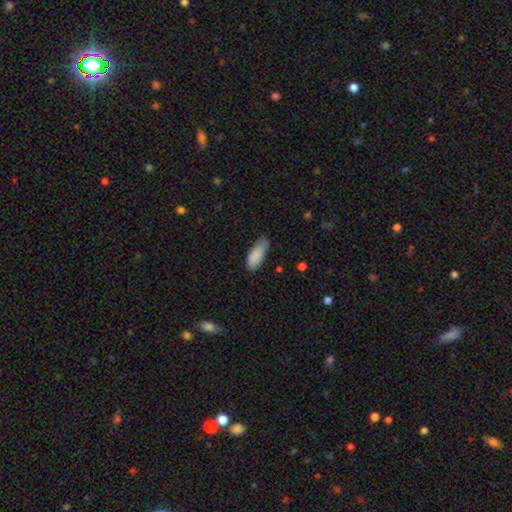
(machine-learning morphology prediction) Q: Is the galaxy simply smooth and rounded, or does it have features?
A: smooth — 88%.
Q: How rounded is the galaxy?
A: in between — 82%.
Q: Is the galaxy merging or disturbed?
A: none — 58%.